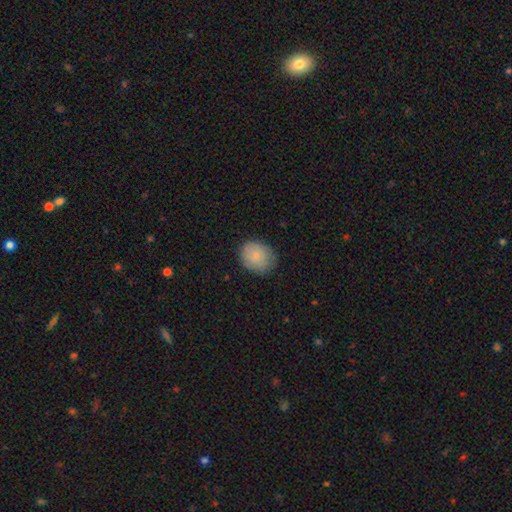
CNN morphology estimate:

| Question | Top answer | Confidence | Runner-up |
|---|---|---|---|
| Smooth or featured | smooth | 80% | featured or disk (13%) |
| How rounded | round | 63% | in between (37%) |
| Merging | none | 76% | minor disturbance (19%) |